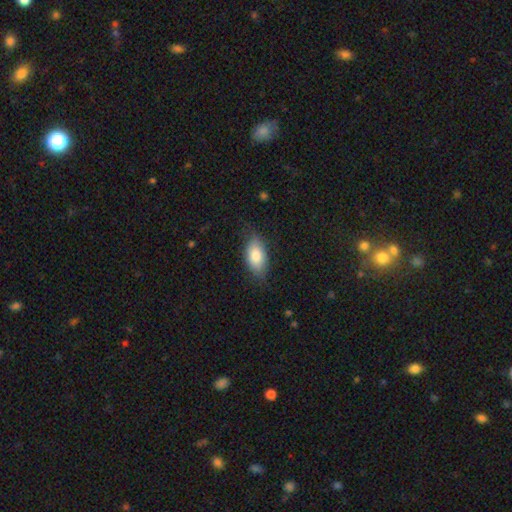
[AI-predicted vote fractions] This appears to be a smooth galaxy with no disk features (80%) that is in between round and cigar-shaped (92%). Merging: none (76%).